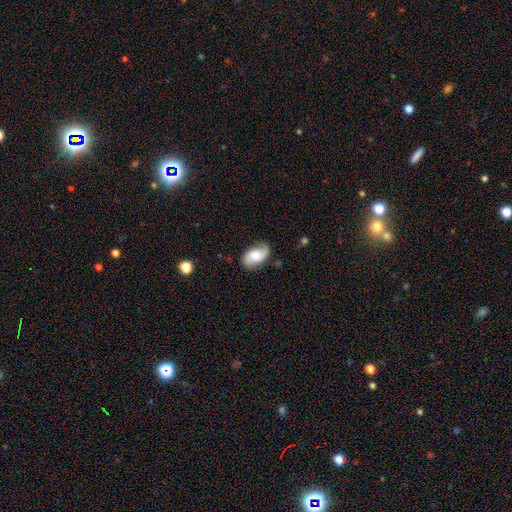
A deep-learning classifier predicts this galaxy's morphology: A featured or disk galaxy (50%). Merging: none (75%).